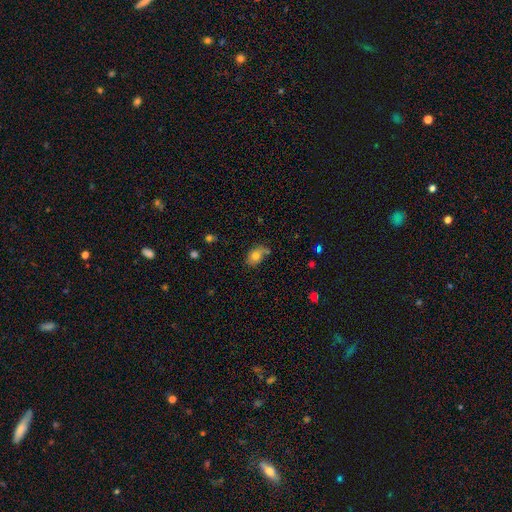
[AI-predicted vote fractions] smooth_or_featured: smooth (p=0.78) [alt: featured or disk p=0.13]
how_rounded: in between (p=0.76) [alt: round p=0.23]
merging: none (p=0.55) [alt: minor disturbance p=0.29]